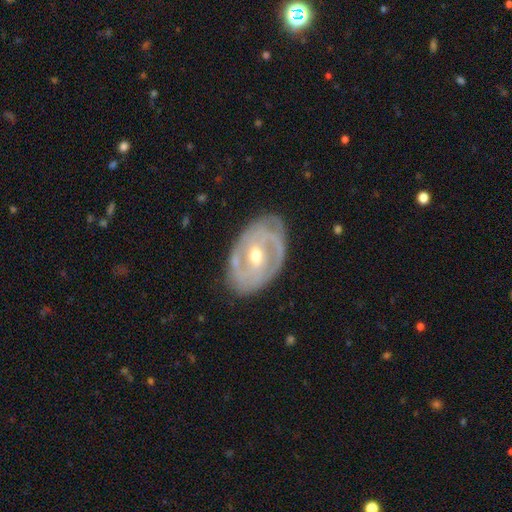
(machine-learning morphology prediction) type=featured or disk (82%); edge-on=no (95%); bar=weak (41%); spiral arms=yes (79%); winding=tight (60%); arm count=2 (45%); bulge=moderate (65%); merging=none (75%).